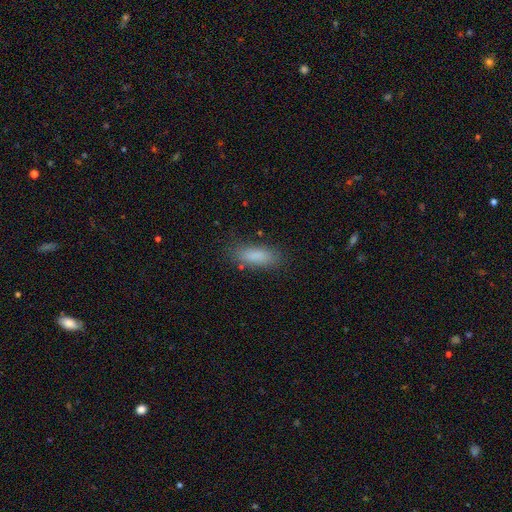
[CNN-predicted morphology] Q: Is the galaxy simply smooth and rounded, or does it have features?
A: smooth — 86%.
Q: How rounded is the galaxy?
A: in between — 60%.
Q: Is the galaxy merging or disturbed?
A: none — 84%.